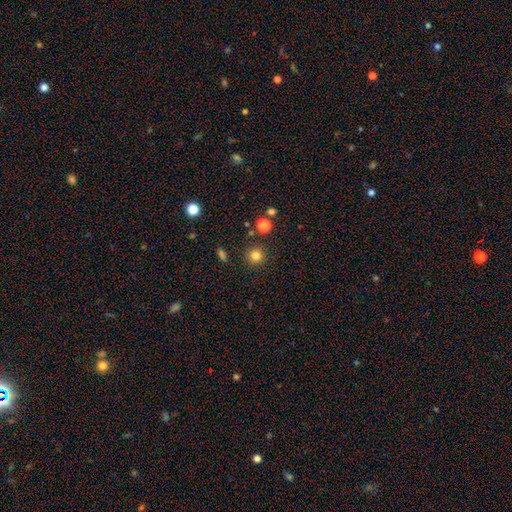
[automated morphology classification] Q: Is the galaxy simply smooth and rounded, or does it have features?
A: smooth — 81%.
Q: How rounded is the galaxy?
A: round — 95%.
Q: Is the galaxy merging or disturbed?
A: none — 89%.